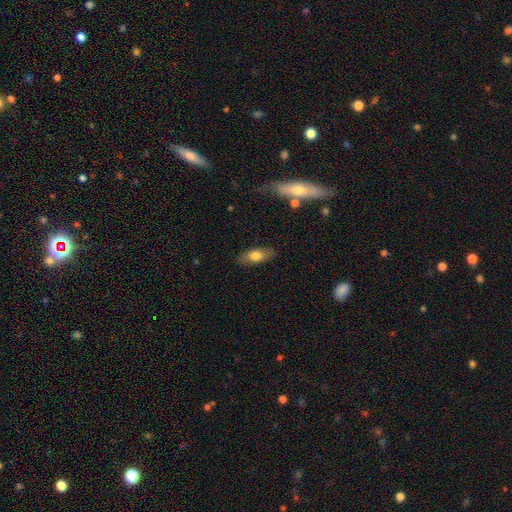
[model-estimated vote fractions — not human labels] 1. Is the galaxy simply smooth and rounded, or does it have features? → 71% smooth, 22% featured or disk, 7% star or artifact.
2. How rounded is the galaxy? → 77% in between, 20% cigar-shaped, 3% round.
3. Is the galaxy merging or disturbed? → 84% none, 12% minor disturbance, 3% major disturbance, 2% merger.